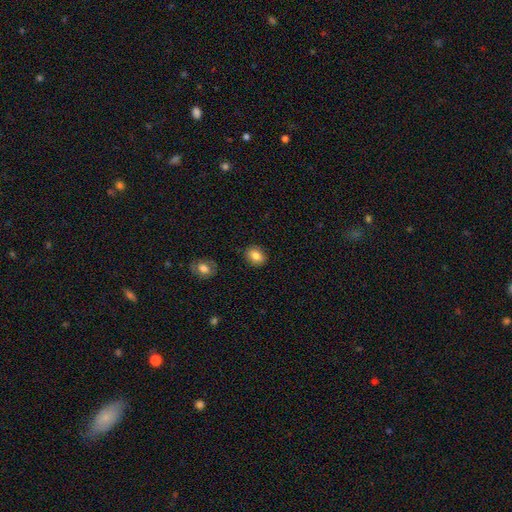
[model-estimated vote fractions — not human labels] Smooth or featured? Predicted: smooth (p=0.83). How rounded? Predicted: in between (p=0.60). Merging? Predicted: none (p=0.87).